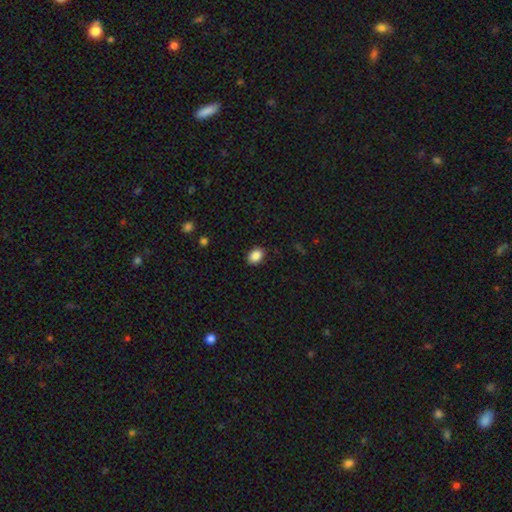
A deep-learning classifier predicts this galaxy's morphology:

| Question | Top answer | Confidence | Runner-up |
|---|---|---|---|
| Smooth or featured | smooth | 89% | star or artifact (8%) |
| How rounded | in between | 74% | round (25%) |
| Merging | none | 89% | minor disturbance (8%) |